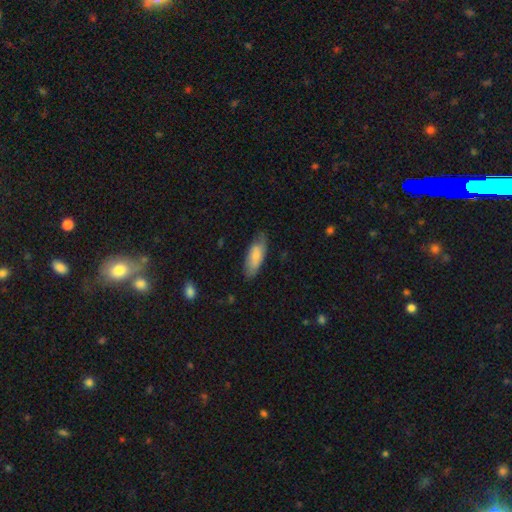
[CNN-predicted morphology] Smooth or featured? smooth (74%)
How rounded? in between (72%)
Merging? none (75%)